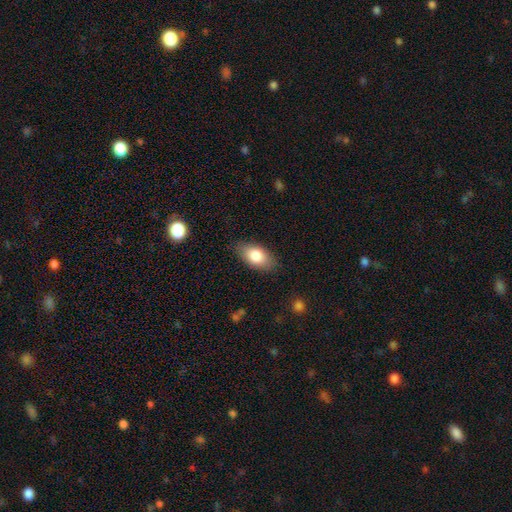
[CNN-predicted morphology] Smooth or featured: smooth — 82% (featured or disk — 12%)
How rounded: in between — 91% (round — 5%)
Merging: none — 83% (minor disturbance — 13%)